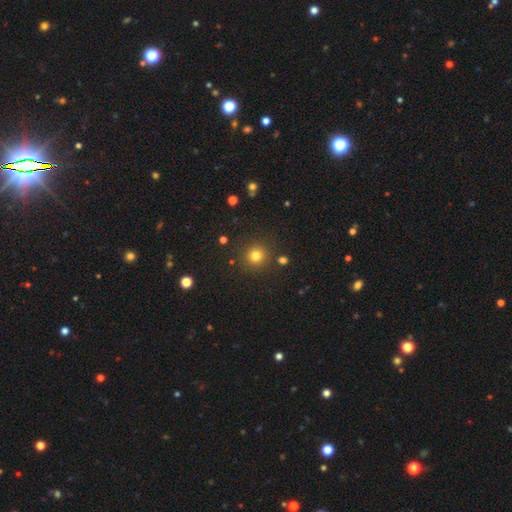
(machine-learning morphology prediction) The model was most divided on "smooth or featured": smooth: 79%, star or artifact: 15%, featured or disk: 6%. More confident: how rounded — round (94%); merging — none (88%).